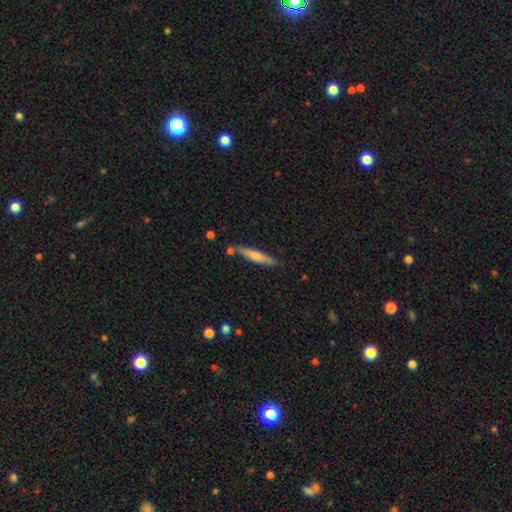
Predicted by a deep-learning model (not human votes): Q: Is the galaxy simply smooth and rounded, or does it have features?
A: smooth — 60%.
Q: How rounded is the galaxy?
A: cigar-shaped — 91%.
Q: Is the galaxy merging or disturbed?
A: none — 79%.